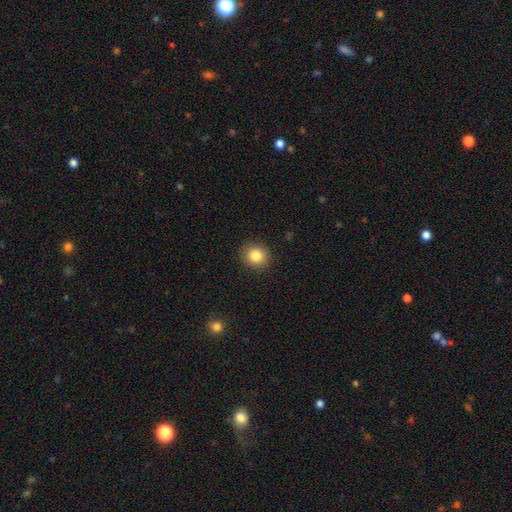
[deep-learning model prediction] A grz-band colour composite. It shows a smooth galaxy with no disk features (84%) that is round (86%). Merging: none (90%).